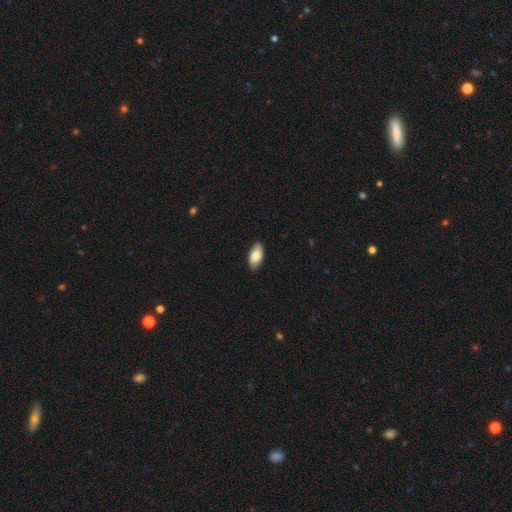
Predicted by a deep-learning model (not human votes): This appears to be a smooth galaxy with no disk features (83%) that is in between round and cigar-shaped (92%). Merging: none (88%).